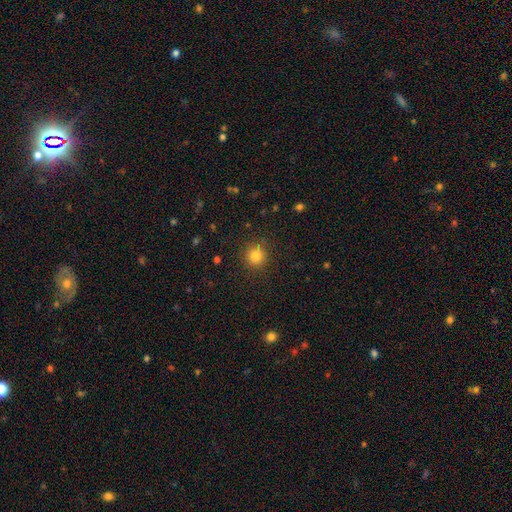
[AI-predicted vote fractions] Overall: smooth (82%). How rounded: round (91%). Merging: none (89%).